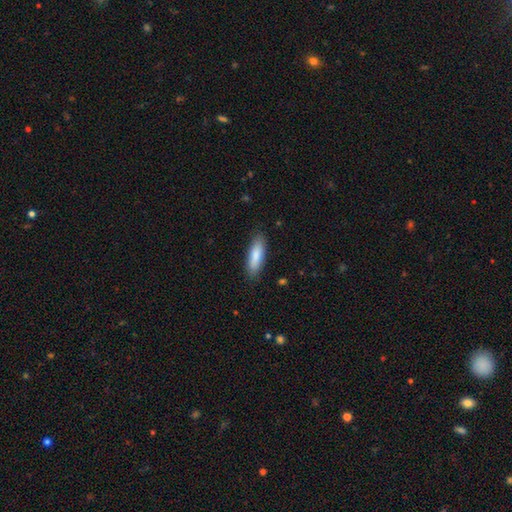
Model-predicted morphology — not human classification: Smooth or featured? smooth (84%)
How rounded? cigar-shaped (53%)
Merging? none (86%)